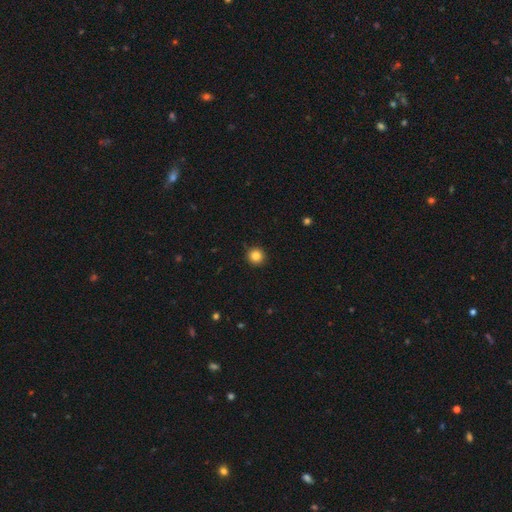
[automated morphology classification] Overall: smooth (85%). How rounded: round (95%). Merging: none (91%).